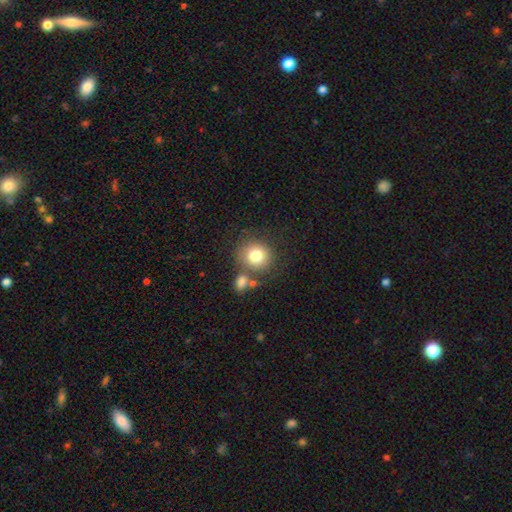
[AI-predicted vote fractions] smooth 79%, featured or disk 11%, star or artifact 10%. Down the decision tree: how rounded — round (86%); merging — none (67%).